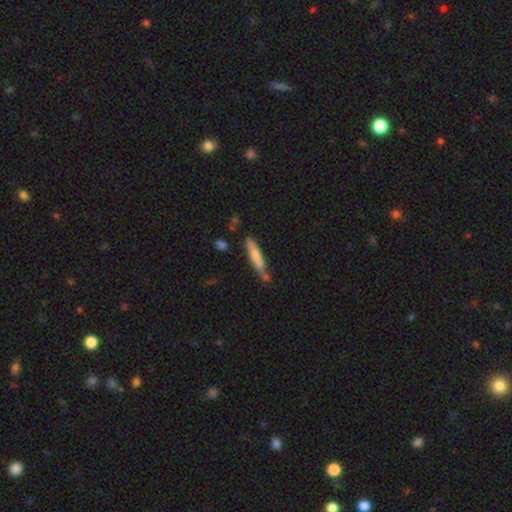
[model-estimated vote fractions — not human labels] The model was most divided on "smooth or featured": smooth: 64%, featured or disk: 31%, star or artifact: 6%. More confident: how rounded — cigar-shaped (88%); merging — none (65%).